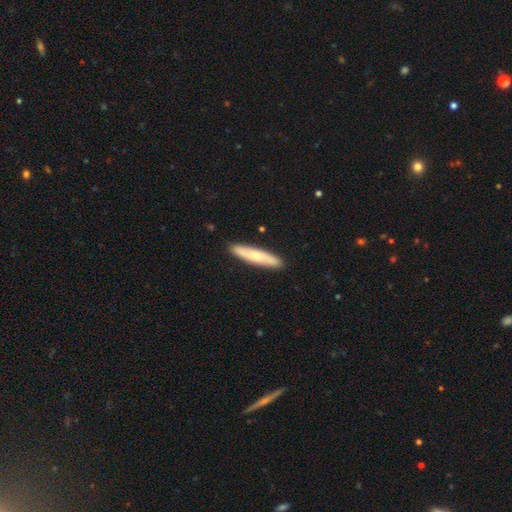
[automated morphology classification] type=smooth (62%); roundness=cigar-shaped (89%); merging=none (91%).